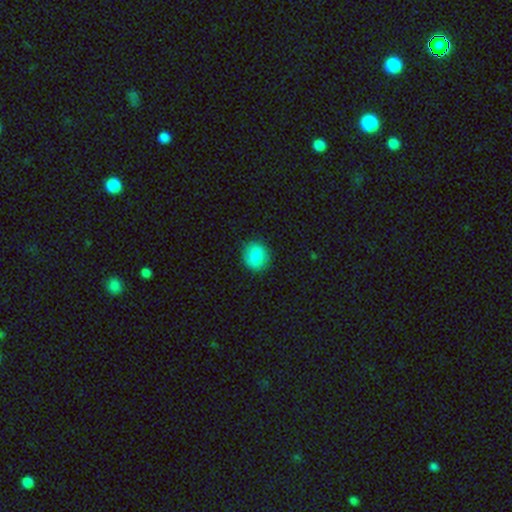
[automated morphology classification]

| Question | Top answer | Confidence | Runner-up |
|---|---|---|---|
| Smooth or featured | smooth | 87% | star or artifact (8%) |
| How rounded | round | 74% | in between (25%) |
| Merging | none | 86% | minor disturbance (11%) |